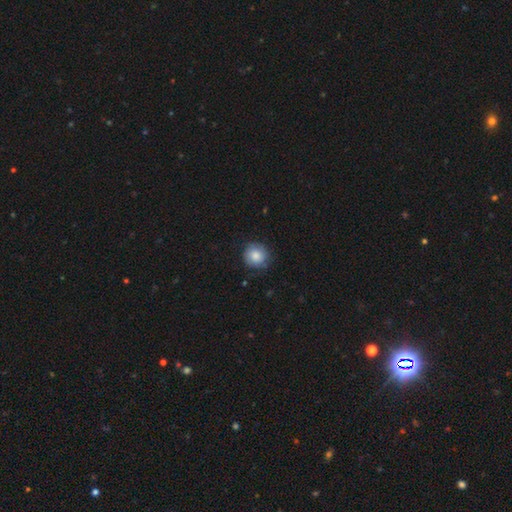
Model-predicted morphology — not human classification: Smooth or featured: smooth — 76% (featured or disk — 17%)
How rounded: round — 90% (in between — 9%)
Merging: none — 78% (minor disturbance — 17%)